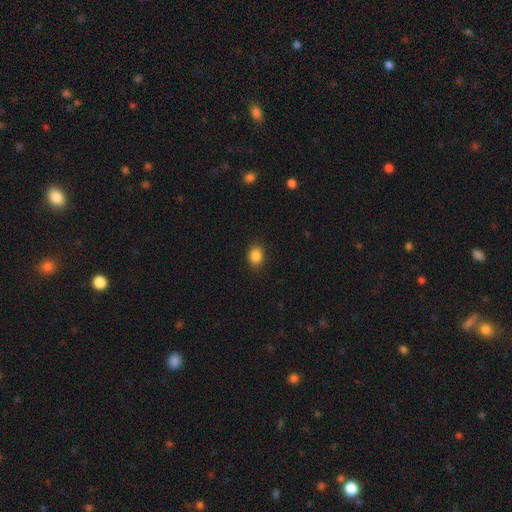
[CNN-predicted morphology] smooth_or_featured: smooth (p=0.86) [alt: star or artifact p=0.10]
how_rounded: in between (p=0.56) [alt: round p=0.43]
merging: none (p=0.88) [alt: minor disturbance p=0.09]